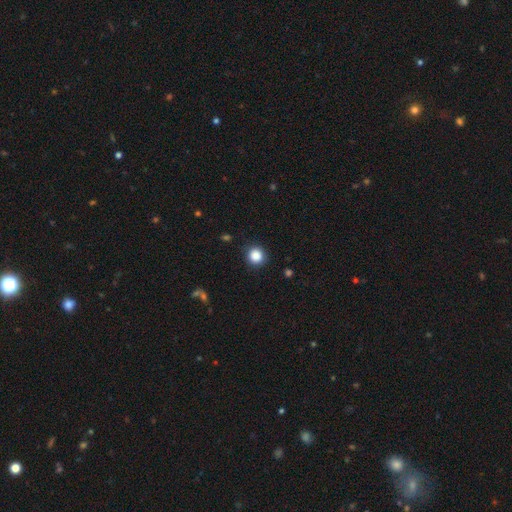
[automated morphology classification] type=smooth (86%); roundness=round (92%); merging=none (89%).